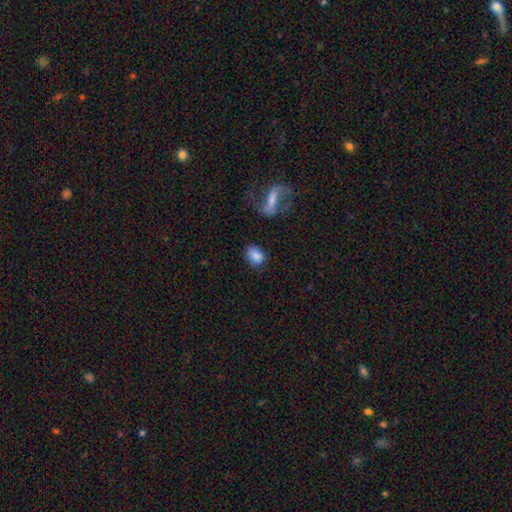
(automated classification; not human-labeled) This is clearly a smooth galaxy (83%). How rounded: likely in between (68%). Merging: likely none (73%).